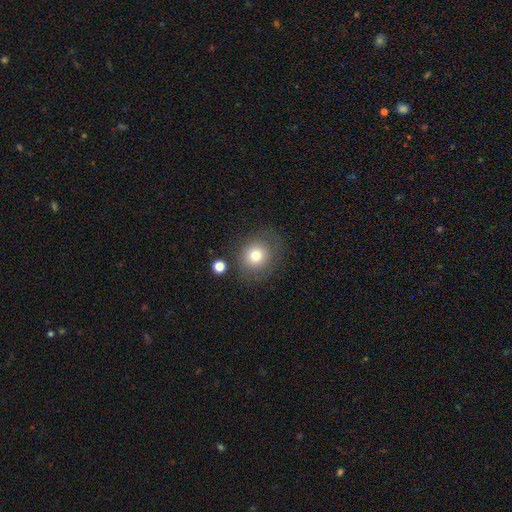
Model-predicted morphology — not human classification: Smooth or featured?
  - smooth: 77% *
  - featured or disk: 12%
  - star or artifact: 11%
How rounded?
  - round: 81% *
  - in between: 18%
  - cigar-shaped: 1%
Merging?
  - none: 76% *
  - minor disturbance: 14%
  - major disturbance: 6%
  - merger: 5%